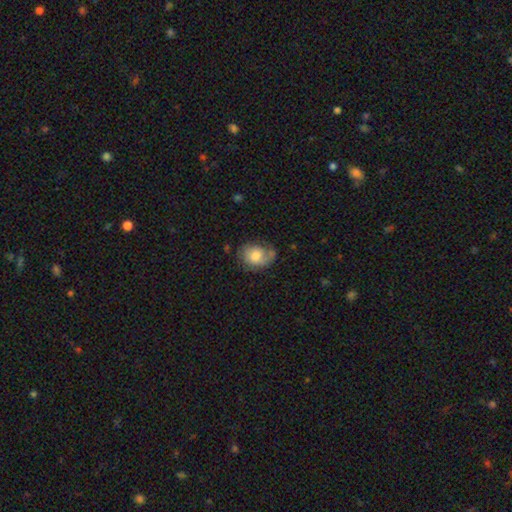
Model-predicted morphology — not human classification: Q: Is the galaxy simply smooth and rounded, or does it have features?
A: smooth — 63%.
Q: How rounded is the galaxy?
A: in between — 53%.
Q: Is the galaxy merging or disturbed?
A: none — 51%.